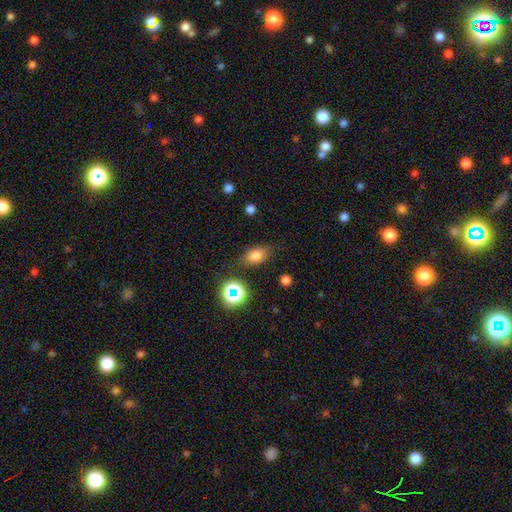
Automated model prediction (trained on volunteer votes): smooth_or_featured: smooth (p=0.75) [alt: star or artifact p=0.15]
how_rounded: in between (p=0.78) [alt: round p=0.19]
merging: none (p=0.79) [alt: minor disturbance p=0.14]